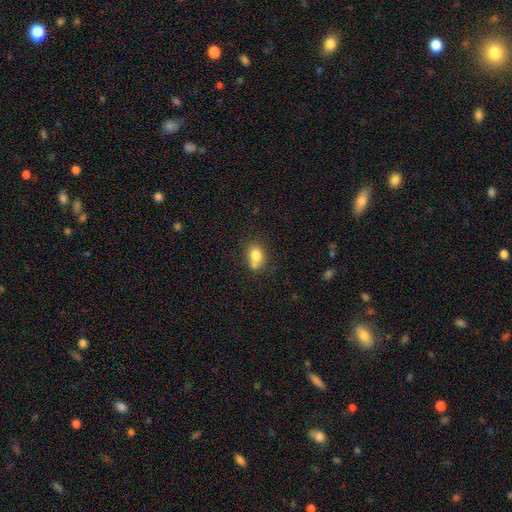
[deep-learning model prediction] smooth-or-featured: smooth: 77% | featured or disk: 12% | star or artifact: 10%
  how-rounded: in between: 59% | round: 40% | cigar-shaped: 2%
  merging: none: 46% | merger: 27% | minor disturbance: 20% | major disturbance: 7%